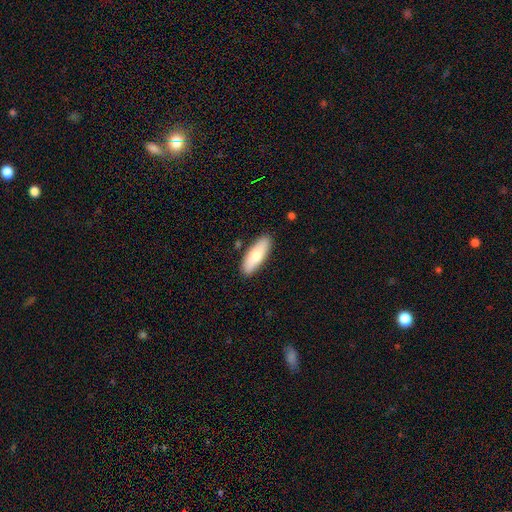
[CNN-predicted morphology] Smooth or featured: smooth — 75% (featured or disk — 19%)
How rounded: in between — 62% (cigar-shaped — 36%)
Merging: none — 86% (minor disturbance — 10%)